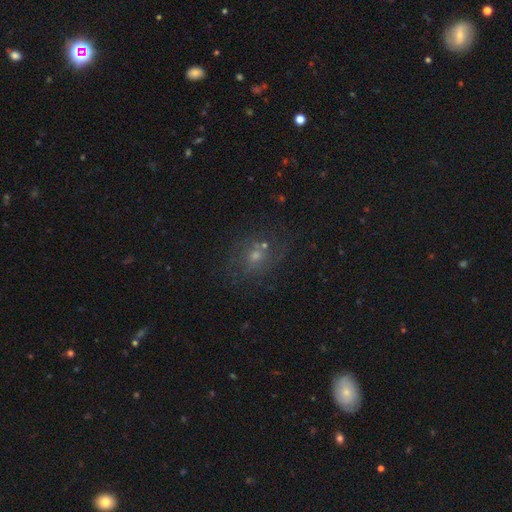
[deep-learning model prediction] Smooth or featured? Predicted: smooth (p=0.40, tied with featured or disk). Merging? Predicted: none (p=0.61).